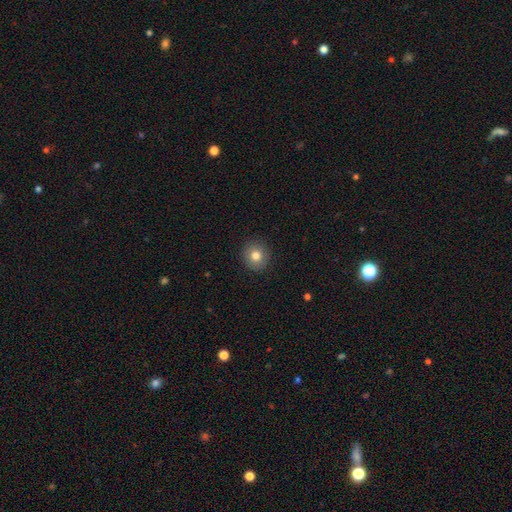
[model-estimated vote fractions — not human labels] A smooth galaxy with no disk features (79%) that is round (89%).

Vote fractions:
- Smooth or featured? smooth: 79% / featured or disk: 11% / star or artifact: 10%
- How rounded? round: 89% / in between: 10% / cigar-shaped: 1%
- Merging? none: 91% / minor disturbance: 6% / major disturbance: 2% / merger: 1%